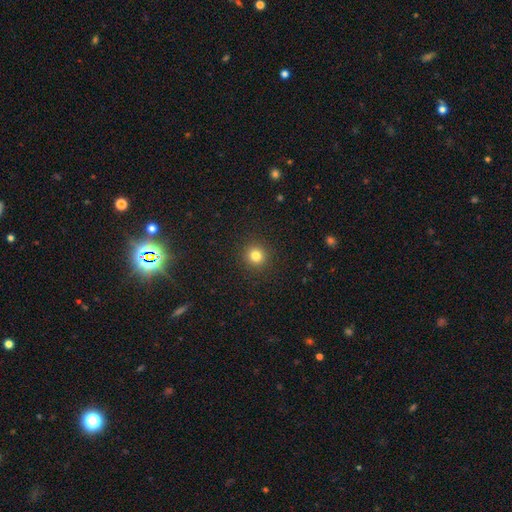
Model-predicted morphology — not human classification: Smooth or featured: smooth — 82% (star or artifact — 13%)
How rounded: round — 94% (in between — 5%)
Merging: none — 92% (minor disturbance — 5%)